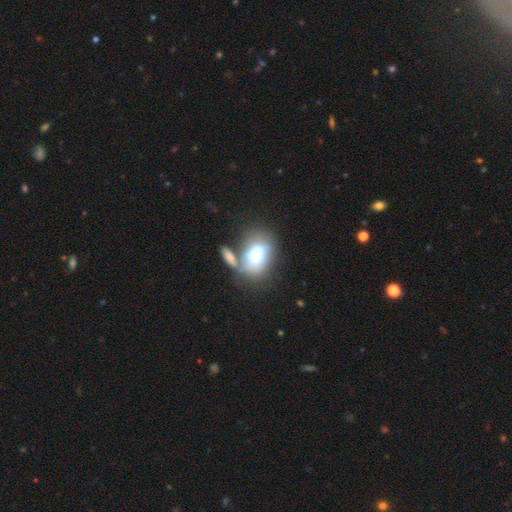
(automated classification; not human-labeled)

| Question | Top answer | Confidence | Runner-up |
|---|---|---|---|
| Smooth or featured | smooth | 67% | featured or disk (25%) |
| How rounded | in between | 78% | round (20%) |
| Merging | none | 43% | merger (31%) |